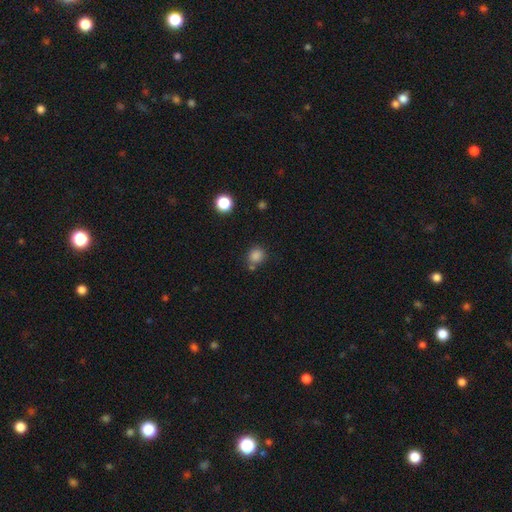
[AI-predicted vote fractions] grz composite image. It shows a smooth galaxy with no disk features (83%) that is round (83%). Merging: none (70%).